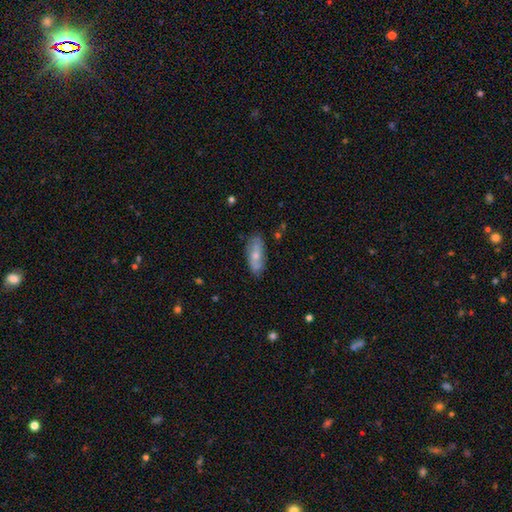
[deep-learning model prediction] This is possibly a smooth galaxy (58%). How rounded: likely in between (75%). Merging: likely none (79%).